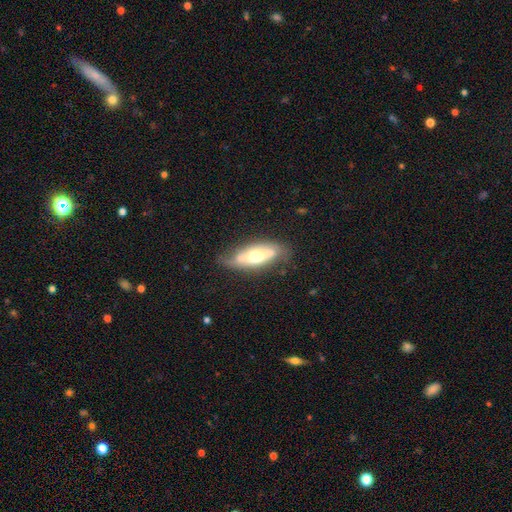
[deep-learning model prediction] smooth-or-featured: featured or disk: 52% | smooth: 42% | star or artifact: 6%
  disk-edge-on: no: 54% | yes: 46%
  merging: none: 69% | minor disturbance: 23% | major disturbance: 6% | merger: 2%